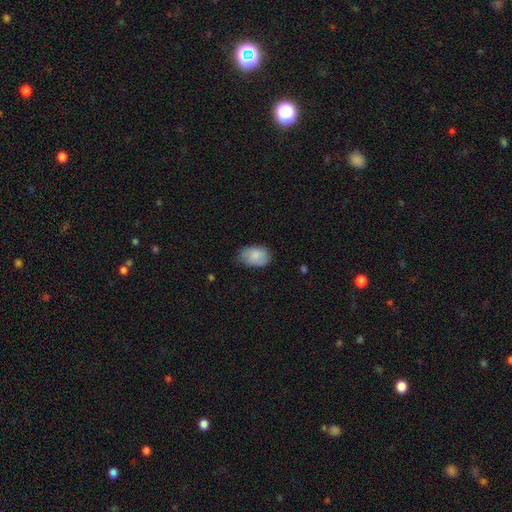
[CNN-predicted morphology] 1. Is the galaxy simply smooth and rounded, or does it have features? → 85% smooth, 8% featured or disk, 7% star or artifact.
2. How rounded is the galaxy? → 85% in between, 14% round, 1% cigar-shaped.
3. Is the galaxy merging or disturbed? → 62% none, 31% minor disturbance, 6% major disturbance, 1% merger.